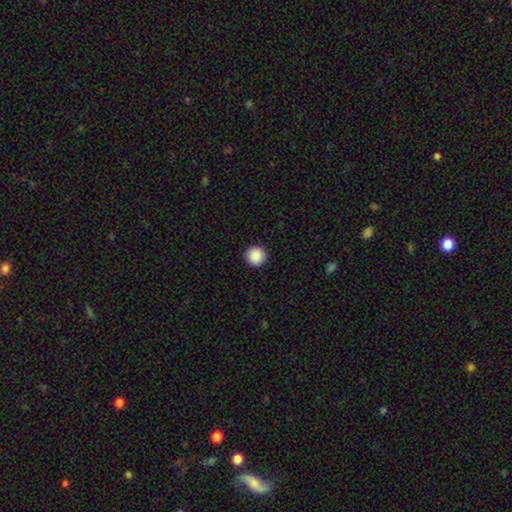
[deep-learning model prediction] Overall: smooth (90%). How rounded: round (96%). Merging: none (93%).